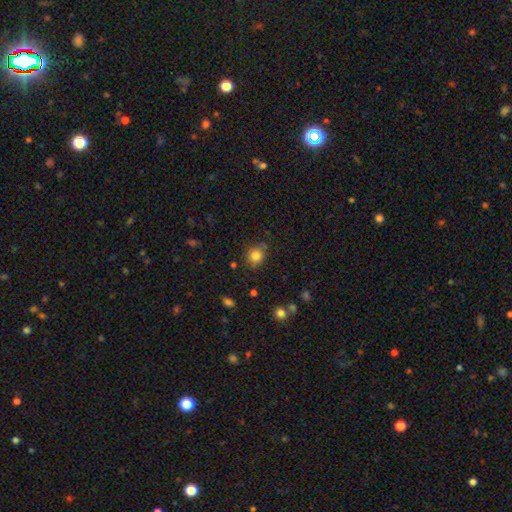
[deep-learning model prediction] smooth 82%, star or artifact 12%, featured or disk 7%. Down the decision tree: how rounded — round (77%); merging — none (75%).